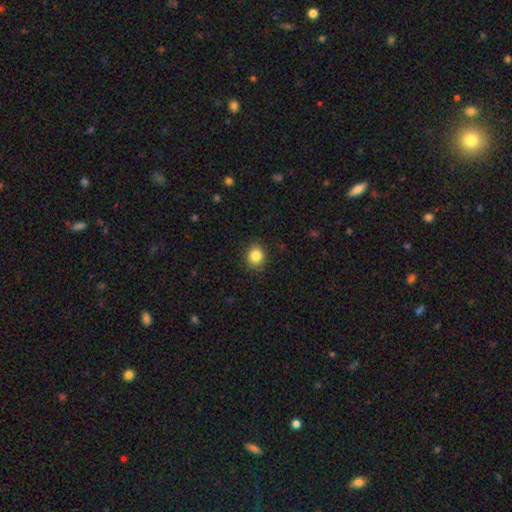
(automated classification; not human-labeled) A smooth galaxy with no disk features (85%) that is round (75%).

Vote fractions:
- Smooth or featured? smooth: 85% / star or artifact: 10% / featured or disk: 5%
- How rounded? round: 75% / in between: 24% / cigar-shaped: 1%
- Merging? none: 89% / minor disturbance: 8% / major disturbance: 2% / merger: 1%